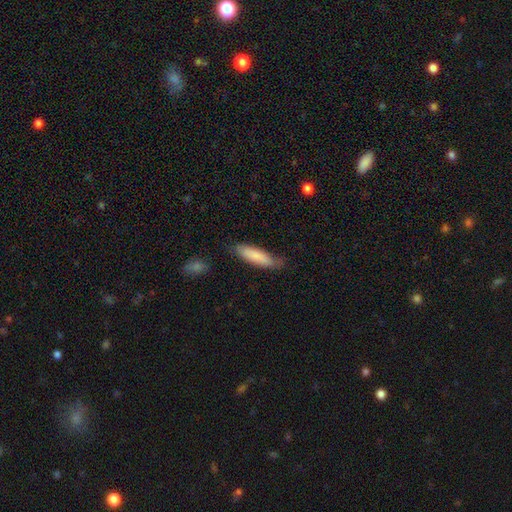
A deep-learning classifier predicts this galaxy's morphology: This is clearly a smooth galaxy (82%). How rounded: likely cigar-shaped (63%). Merging: likely none (74%).